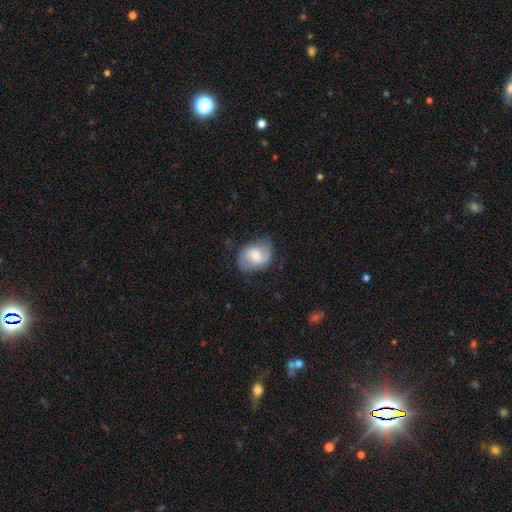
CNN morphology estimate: Overall: featured or disk (59%; smooth 34%). Edge-on disk: no (98%). Bar: weak (49%; no 40%). Spiral arms: yes (89%). Spiral arm count: 2 (83%). Spiral winding: medium (45%; loose 36%). Bulge size: moderate (47%; small 37%). Merging: none (65%).